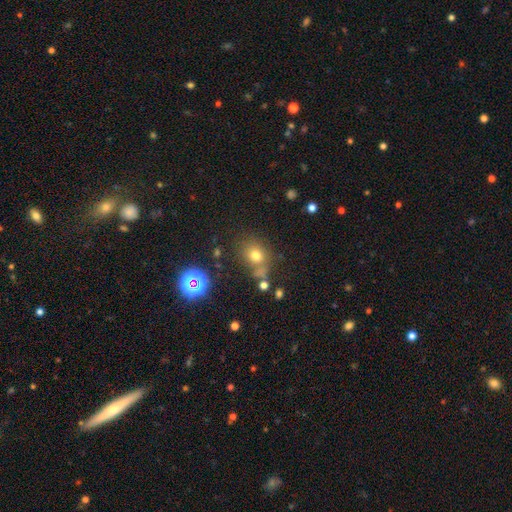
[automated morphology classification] smooth 69%, star or artifact 21%, featured or disk 10%. Down the decision tree: how rounded — round (67%); merging — none (66%).